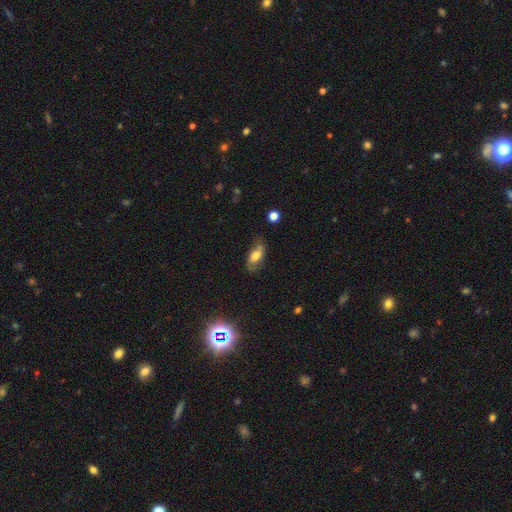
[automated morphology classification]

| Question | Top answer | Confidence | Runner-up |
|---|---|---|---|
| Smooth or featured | smooth | 52% | featured or disk (37%) |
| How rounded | in between | 82% | cigar-shaped (11%) |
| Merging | none | 66% | minor disturbance (25%) |